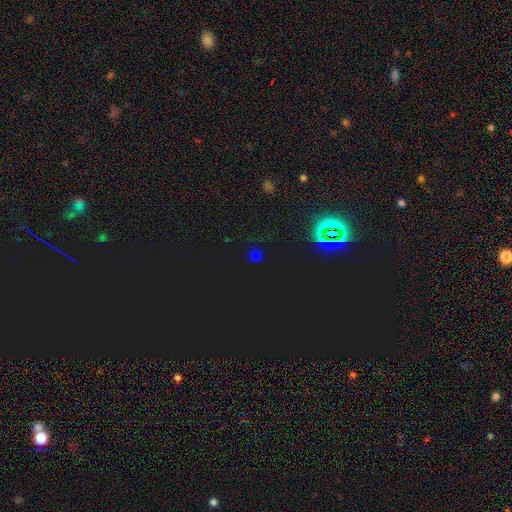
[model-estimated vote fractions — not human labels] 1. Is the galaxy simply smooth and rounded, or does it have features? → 55% star or artifact, 39% smooth, 5% featured or disk.